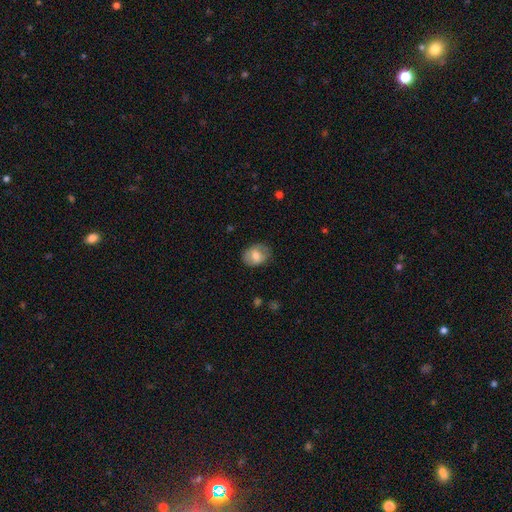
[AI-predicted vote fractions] smooth-or-featured: smooth: 70% | featured or disk: 23% | star or artifact: 7%
  how-rounded: in between: 67% | round: 32% | cigar-shaped: 1%
  merging: none: 74% | minor disturbance: 19% | major disturbance: 6% | merger: 1%